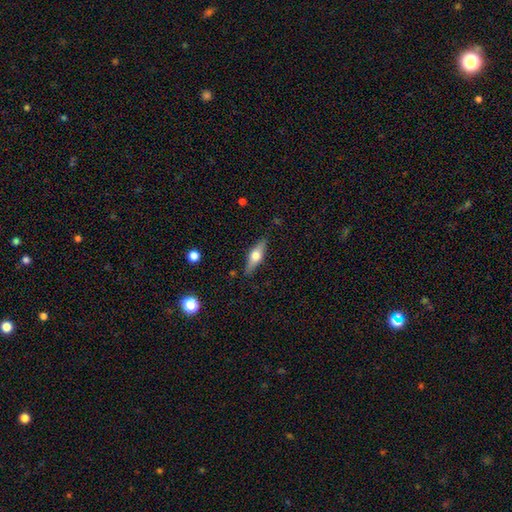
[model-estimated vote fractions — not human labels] smooth_or_featured: featured or disk (p=0.53) [alt: smooth p=0.41]
disk_edge_on: yes (p=0.92) [alt: no p=0.08]
merging: none (p=0.86) [alt: minor disturbance p=0.11]